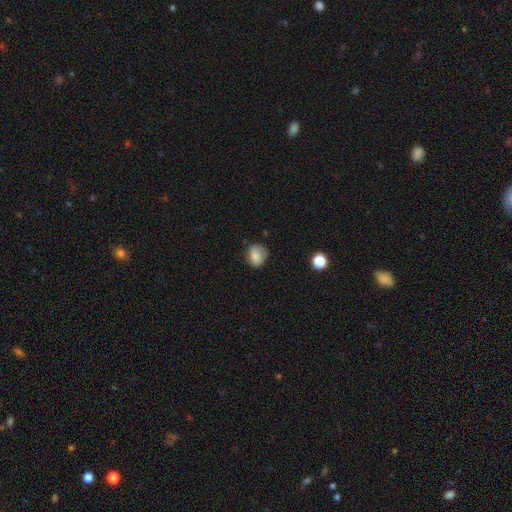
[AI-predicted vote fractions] smooth-or-featured: smooth: 81% | featured or disk: 10% | star or artifact: 9%
  how-rounded: round: 58% | in between: 41% | cigar-shaped: 1%
  merging: none: 64% | minor disturbance: 27% | major disturbance: 7% | merger: 2%